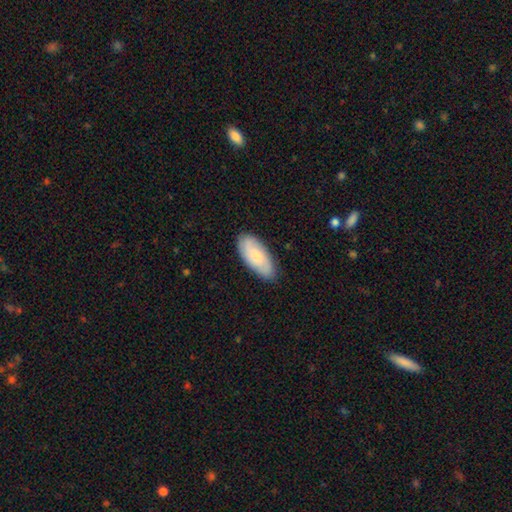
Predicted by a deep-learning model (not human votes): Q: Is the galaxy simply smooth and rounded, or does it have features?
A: smooth — 68%.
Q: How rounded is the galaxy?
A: in between — 87%.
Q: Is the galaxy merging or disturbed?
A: none — 84%.